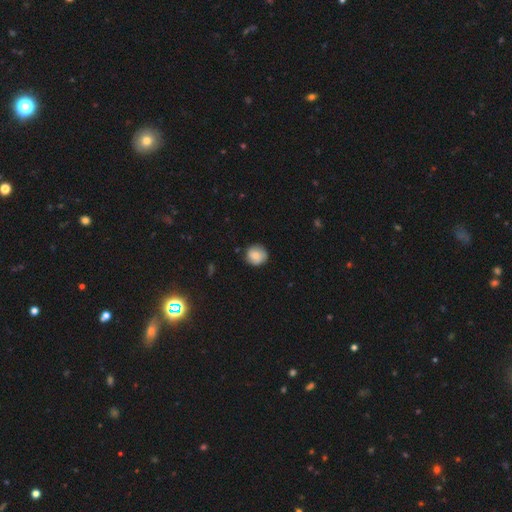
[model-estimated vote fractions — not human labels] smooth_or_featured: smooth (p=0.76) [alt: featured or disk p=0.16]
how_rounded: round (p=0.89) [alt: in between p=0.10]
merging: none (p=0.79) [alt: minor disturbance p=0.17]